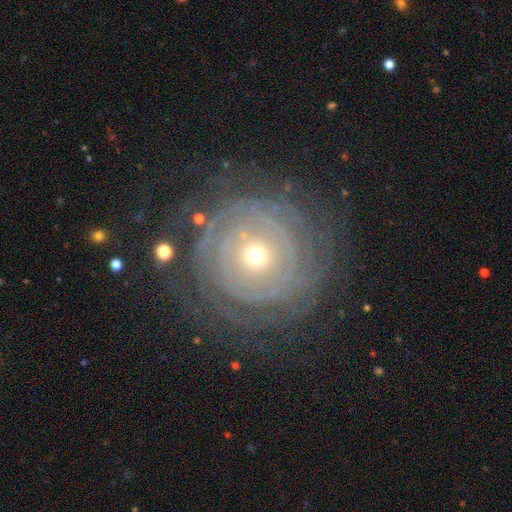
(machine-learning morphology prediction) A featured or disk galaxy (79%) with no bar (84%), tight (83%) spiral arms (85%) and a small central bulge (58%).

Vote fractions:
- Smooth or featured? featured or disk: 79% / smooth: 13% / star or artifact: 7%
- Edge-on disk? no: 97% / yes: 3%
- Bar? no: 84% / weak: 11% / strong: 5%
- Spiral arms? yes: 85% / no: 15%
- Spiral winding? tight: 83% / medium: 12% / loose: 6%
- Spiral arm count? can't tell: 40% / 2: 15% / more than 4: 14% / 3: 12% / 4: 11% / 1: 8%
- Bulge size? small: 58% / moderate: 37% / large: 3% / dominant: 1% / none: 1%
- Merging? none: 73% / minor disturbance: 14% / major disturbance: 10% / merger: 2%